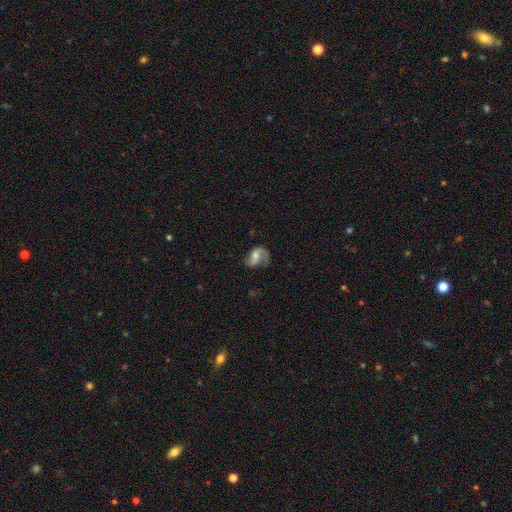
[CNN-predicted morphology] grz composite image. It shows a featured or disk galaxy (64%) with no bar (46%), 2 (68%) loose (52%) spiral arms (88%) and a moderate central bulge (55%). Merging: none (50%).